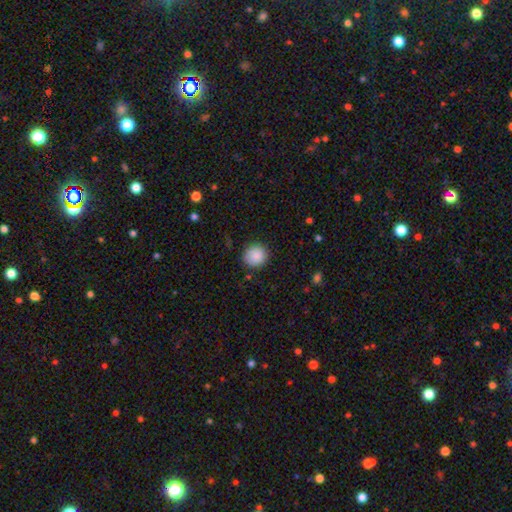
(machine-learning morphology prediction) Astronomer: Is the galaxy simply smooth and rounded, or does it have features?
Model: smooth — 89%.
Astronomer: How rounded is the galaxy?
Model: round — 91%.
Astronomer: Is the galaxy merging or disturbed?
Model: none — 88%.